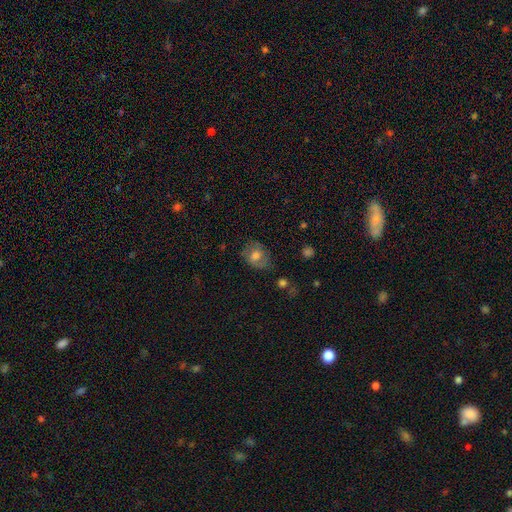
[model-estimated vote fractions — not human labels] A smooth galaxy with no disk features (65%) that is in between round and cigar-shaped (55%). Merging: none (69%).